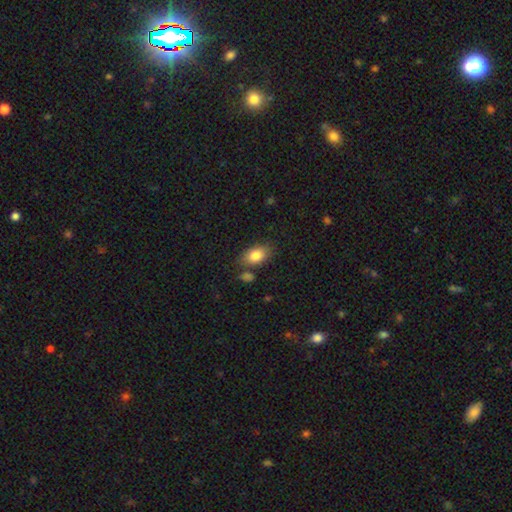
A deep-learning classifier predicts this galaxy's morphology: type=smooth (83%); roundness=in between (87%); merging=none (72%).